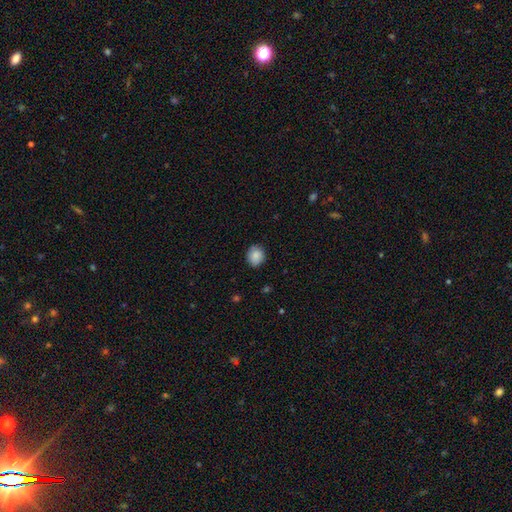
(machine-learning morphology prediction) Smooth or featured? smooth (87%)
How rounded? round (76%)
Merging? none (84%)